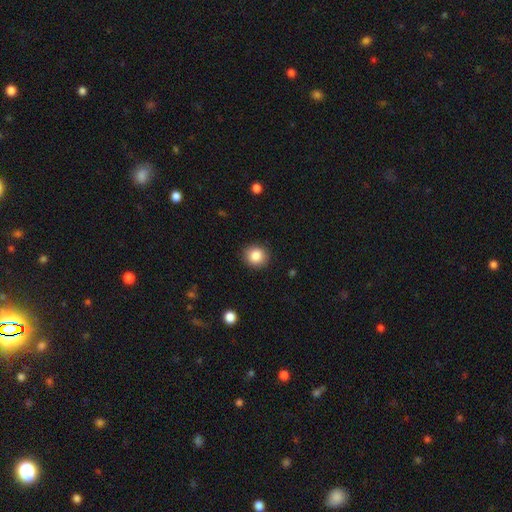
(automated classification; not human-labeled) Smooth or featured?
  - smooth: 85% *
  - star or artifact: 9%
  - featured or disk: 6%
How rounded?
  - round: 87% *
  - in between: 12%
  - cigar-shaped: 1%
Merging?
  - none: 91% *
  - minor disturbance: 6%
  - major disturbance: 2%
  - merger: 1%